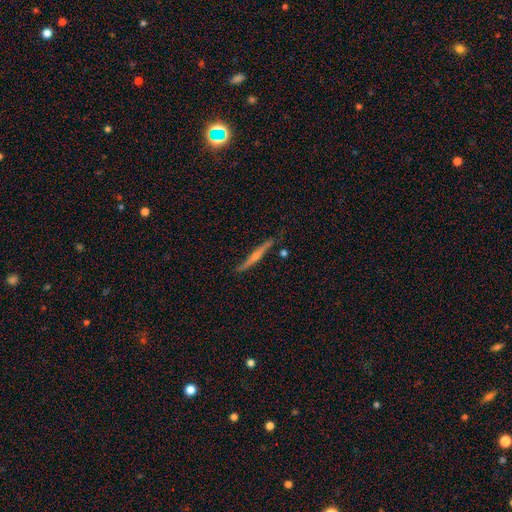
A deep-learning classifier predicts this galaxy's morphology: Smooth or featured? featured or disk (75%)
Edge-on disk? yes (97%)
Edge-on bulge? rounded (80%)
Merging? none (82%)